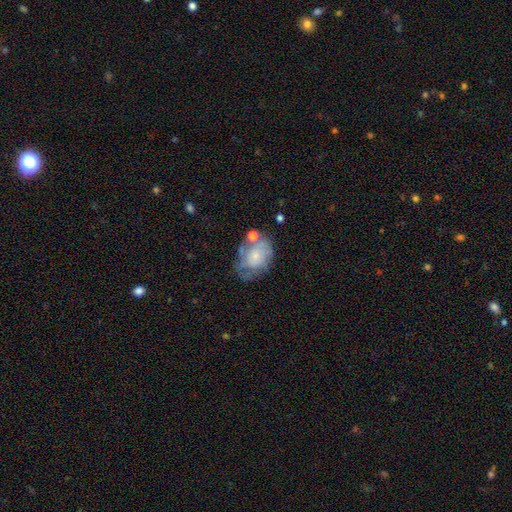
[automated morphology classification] Overall: smooth (46%, tied with featured or disk). Merging: none (43%; minor disturbance 28%).